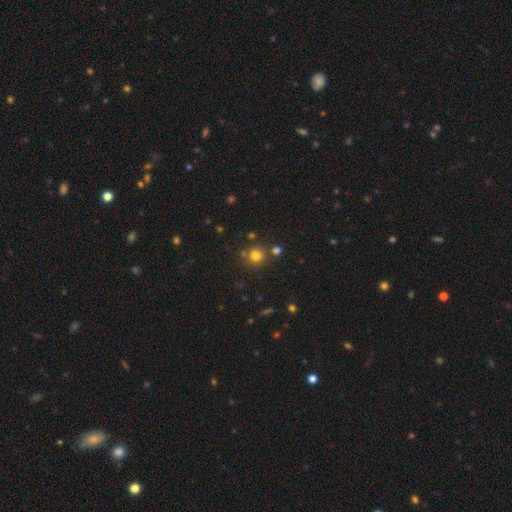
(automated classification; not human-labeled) smooth 76%, star or artifact 17%, featured or disk 7%. Down the decision tree: how rounded — round (92%); merging — none (78%).